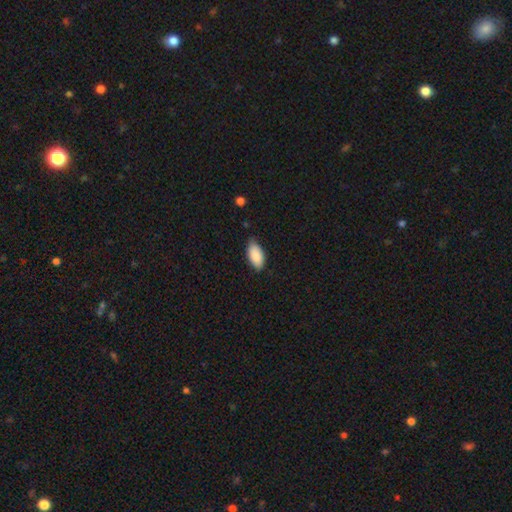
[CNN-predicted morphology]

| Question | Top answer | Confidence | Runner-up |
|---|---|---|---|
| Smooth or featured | smooth | 88% | featured or disk (6%) |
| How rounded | in between | 93% | cigar-shaped (5%) |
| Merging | none | 69% | minor disturbance (26%) |